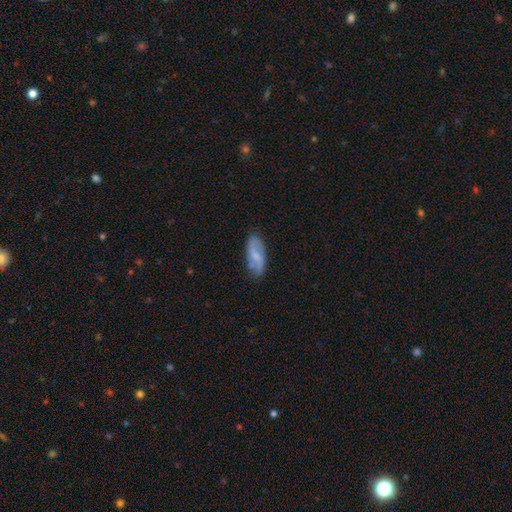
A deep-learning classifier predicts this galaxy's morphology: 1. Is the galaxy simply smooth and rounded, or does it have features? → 52% featured or disk, 41% smooth, 7% star or artifact.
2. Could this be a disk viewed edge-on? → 90% no, 10% yes.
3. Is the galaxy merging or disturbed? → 74% none, 19% minor disturbance, 4% major disturbance, 2% merger.